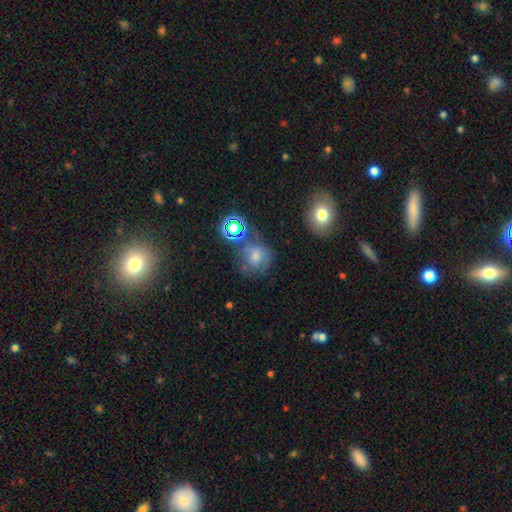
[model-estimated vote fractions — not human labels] Smooth or featured: smooth — 43% (star or artifact — 36%)
Merging: none — 69% (minor disturbance — 16%)